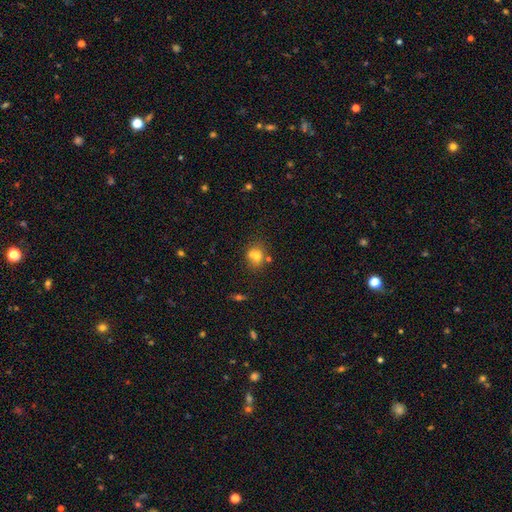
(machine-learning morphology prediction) The model was most divided on "merging": merger: 49%, none: 37%, minor disturbance: 10%, major disturbance: 5%. More confident: how rounded — round (65%); smooth or featured — smooth (64%).